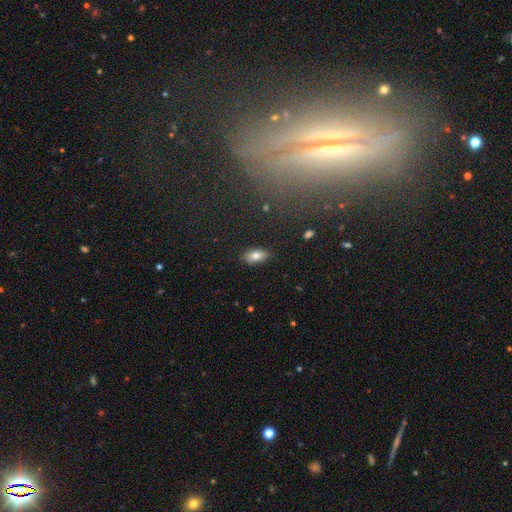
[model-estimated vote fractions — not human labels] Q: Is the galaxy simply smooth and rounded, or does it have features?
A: smooth — 79%.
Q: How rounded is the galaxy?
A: in between — 90%.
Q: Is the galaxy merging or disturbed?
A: none — 85%.